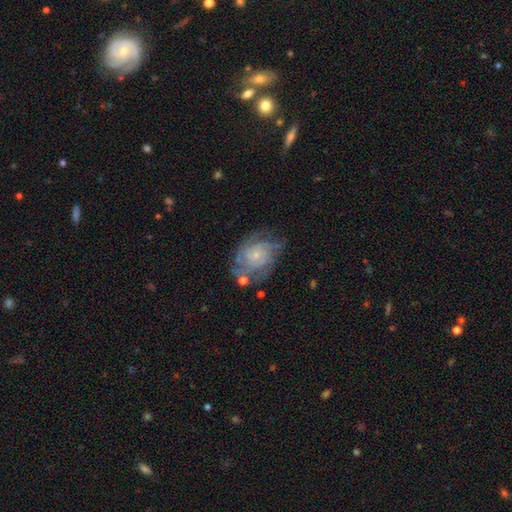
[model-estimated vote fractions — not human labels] The model was most divided on "spiral arm count": can't tell: 29%, 3: 23%, 4: 18%, 2: 18%, more than 4: 6%, 1: 6%. More confident: edge-on disk — no (98%); spiral arms — yes (94%); smooth or featured — featured or disk (82%); bulge size — small (79%); bar — no (77%); merging — none (62%); spiral winding — tight (62%).